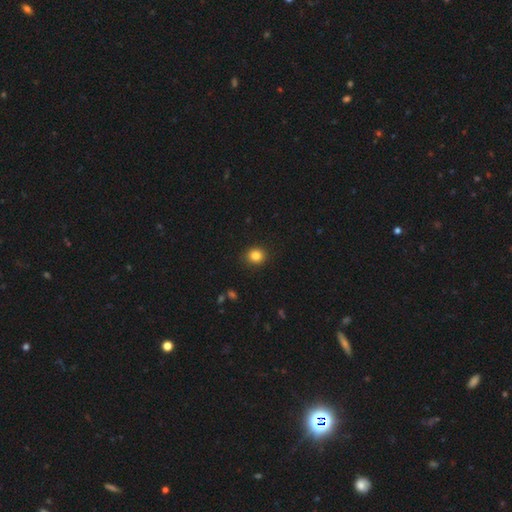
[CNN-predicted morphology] Smooth or featured? smooth (84%)
How rounded? round (79%)
Merging? none (90%)